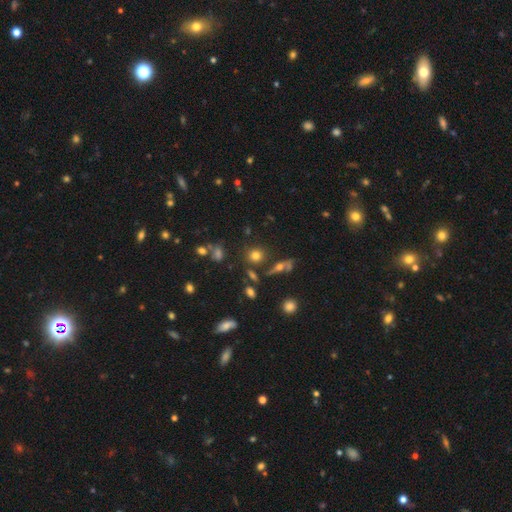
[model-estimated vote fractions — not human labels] A smooth galaxy with no disk features (71%) that is round (83%). Merging: none (75%).